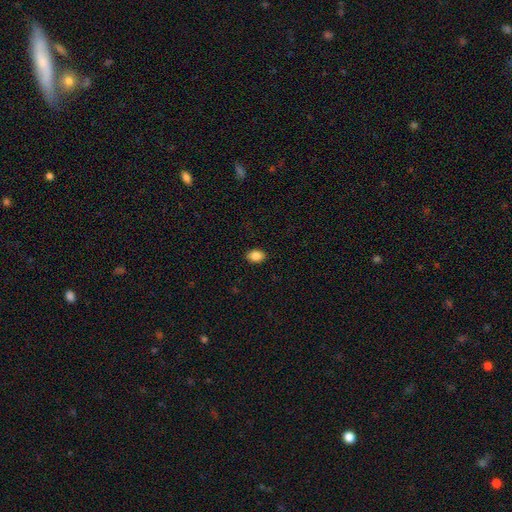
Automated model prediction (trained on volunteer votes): smooth_or_featured: smooth (p=0.88) [alt: star or artifact p=0.08]
how_rounded: in between (p=0.78) [alt: round p=0.21]
merging: none (p=0.90) [alt: minor disturbance p=0.07]